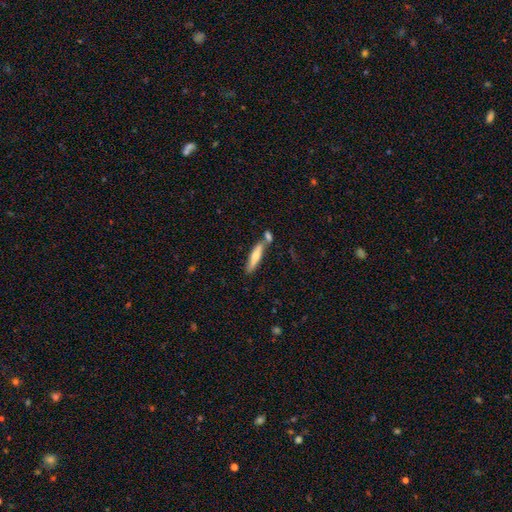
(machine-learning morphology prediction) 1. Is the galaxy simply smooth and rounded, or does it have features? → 59% smooth, 35% featured or disk, 6% star or artifact.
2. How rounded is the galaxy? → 82% cigar-shaped, 16% in between, 2% round.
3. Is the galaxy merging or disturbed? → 61% none, 22% merger, 13% minor disturbance, 3% major disturbance.